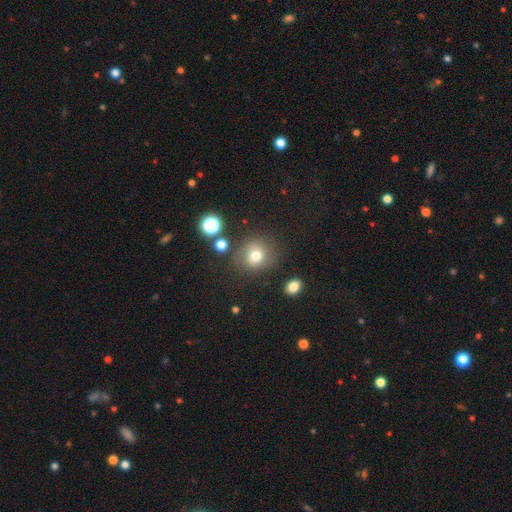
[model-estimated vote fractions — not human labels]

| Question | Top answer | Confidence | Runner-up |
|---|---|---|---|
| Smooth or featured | smooth | 74% | star or artifact (15%) |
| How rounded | round | 79% | in between (20%) |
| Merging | none | 73% | minor disturbance (15%) |